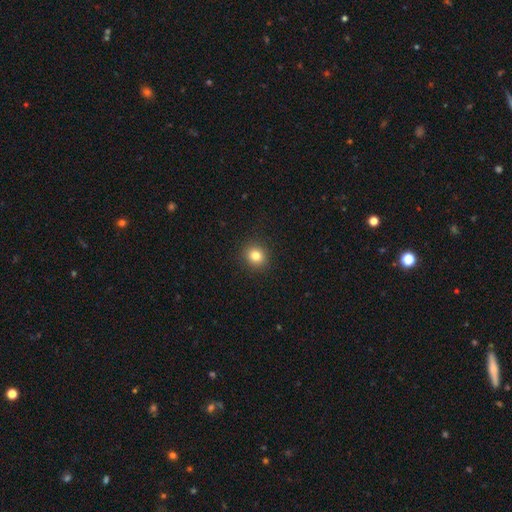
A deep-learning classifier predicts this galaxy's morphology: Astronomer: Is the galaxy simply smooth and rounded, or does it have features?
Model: smooth — 82%.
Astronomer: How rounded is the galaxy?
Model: round — 83%.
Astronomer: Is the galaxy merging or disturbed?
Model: none — 91%.